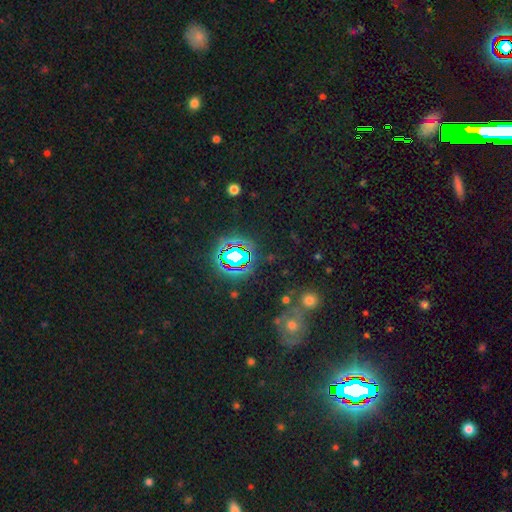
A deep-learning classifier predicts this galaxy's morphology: This appears to be a star or artifact, not a galaxy (79%).